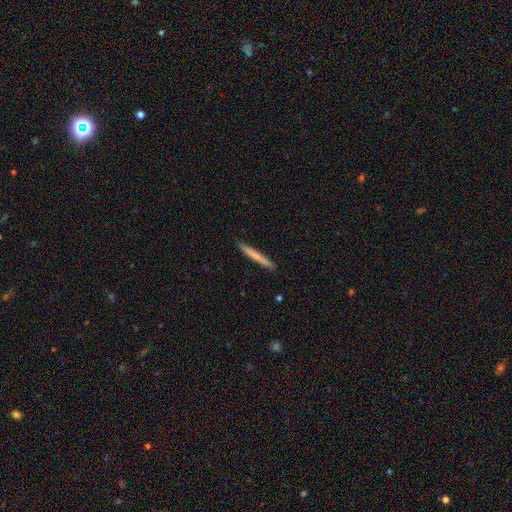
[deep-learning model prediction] Smooth or featured: smooth — 71% (featured or disk — 23%)
How rounded: cigar-shaped — 97% (in between — 2%)
Merging: none — 91% (minor disturbance — 6%)